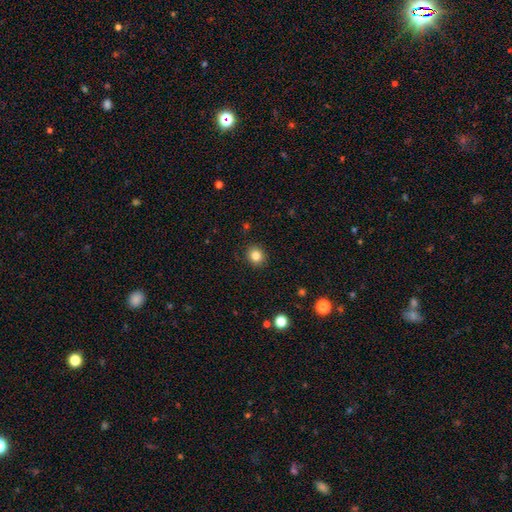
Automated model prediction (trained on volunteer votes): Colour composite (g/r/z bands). It shows a smooth galaxy with no disk features (84%) that is round (78%). Merging: none (90%).